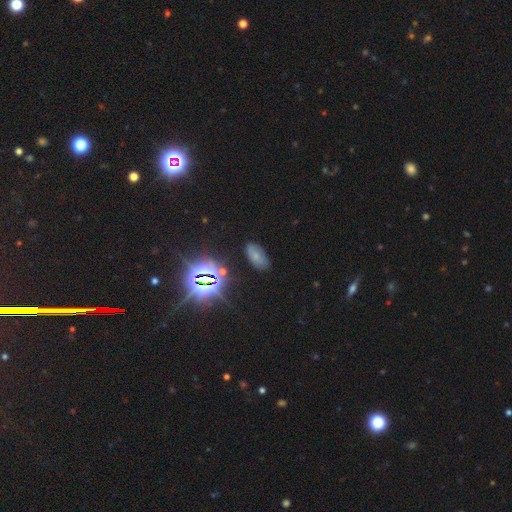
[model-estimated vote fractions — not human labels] This appears to be a smooth galaxy with no disk features (54%) that is in between round and cigar-shaped (93%). Merging: none (80%).